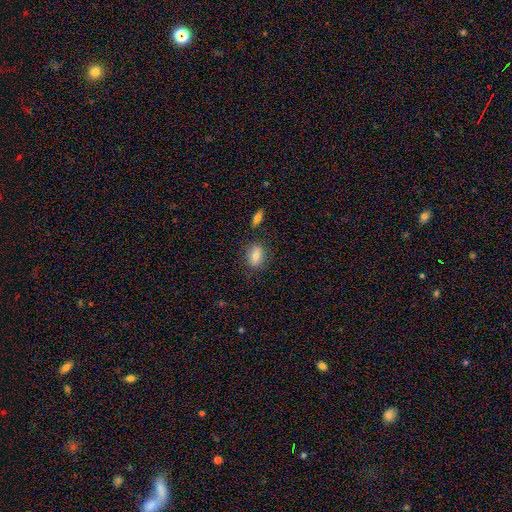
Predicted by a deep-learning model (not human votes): A smooth galaxy with no disk features (79%) that is in between round and cigar-shaped (73%).

Vote fractions:
- Smooth or featured? smooth: 79% / featured or disk: 12% / star or artifact: 8%
- How rounded? in between: 73% / round: 23% / cigar-shaped: 3%
- Merging? none: 78% / minor disturbance: 14% / merger: 5% / major disturbance: 4%